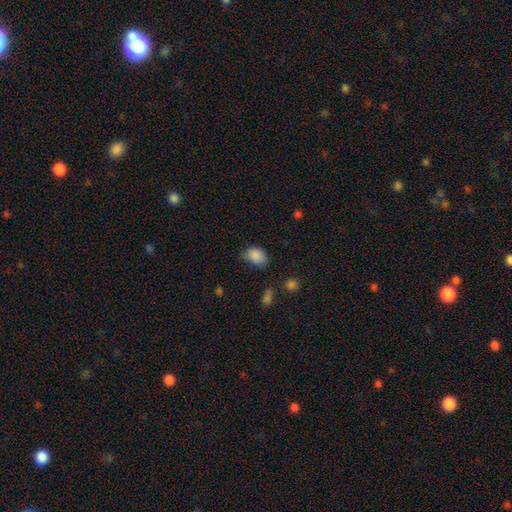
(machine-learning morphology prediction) Overall: smooth (86%). How rounded: in between (71%). Merging: none (57%; minor disturbance 32%).